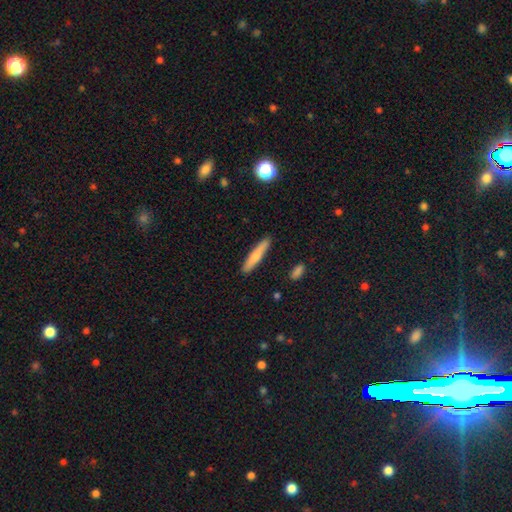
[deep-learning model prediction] Overall: smooth (70%). How rounded: cigar-shaped (91%). Merging: none (90%).